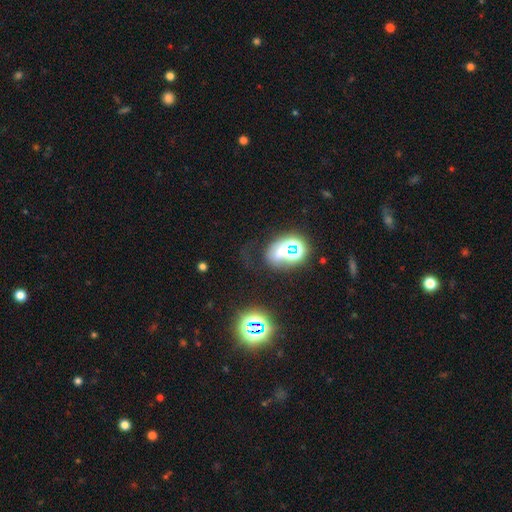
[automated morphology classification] A star or artifact, not a galaxy (56%).

Vote fractions:
- Smooth or featured? star or artifact: 56% / smooth: 32% / featured or disk: 12%